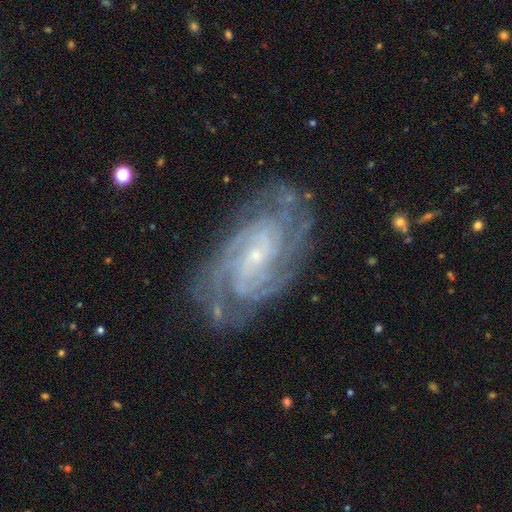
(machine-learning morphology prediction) A featured or disk galaxy (89%) with no bar (58%), tight (69%) spiral arms (97%) and a small central bulge (83%). Merging: none (77%).